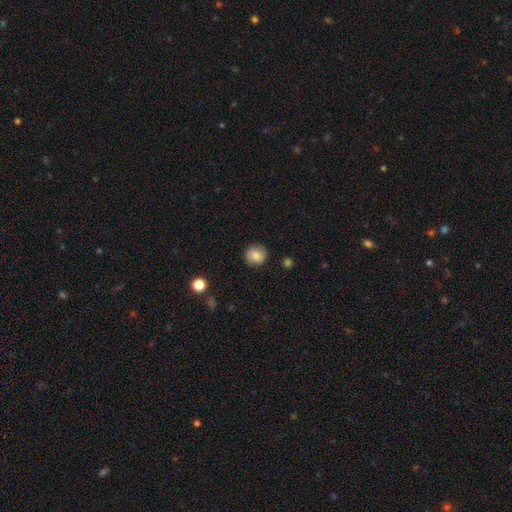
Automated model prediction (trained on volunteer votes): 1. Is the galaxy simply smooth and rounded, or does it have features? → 85% smooth, 9% star or artifact, 6% featured or disk.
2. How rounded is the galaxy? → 87% round, 12% in between, 1% cigar-shaped.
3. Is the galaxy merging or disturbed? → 88% none, 8% minor disturbance, 2% major disturbance, 1% merger.